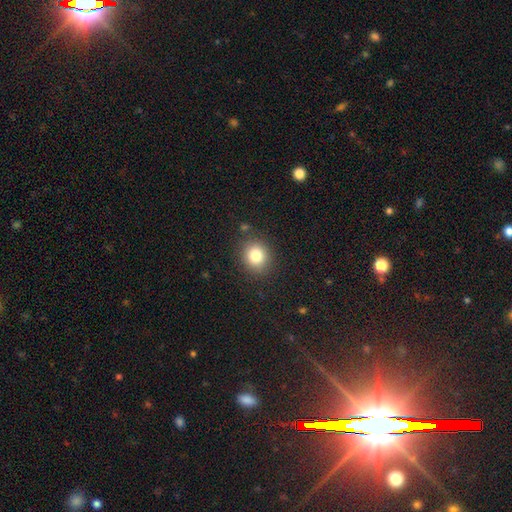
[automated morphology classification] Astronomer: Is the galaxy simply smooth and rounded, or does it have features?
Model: smooth — 81%.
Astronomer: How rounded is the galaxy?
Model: round — 78%.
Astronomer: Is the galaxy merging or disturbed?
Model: none — 86%.